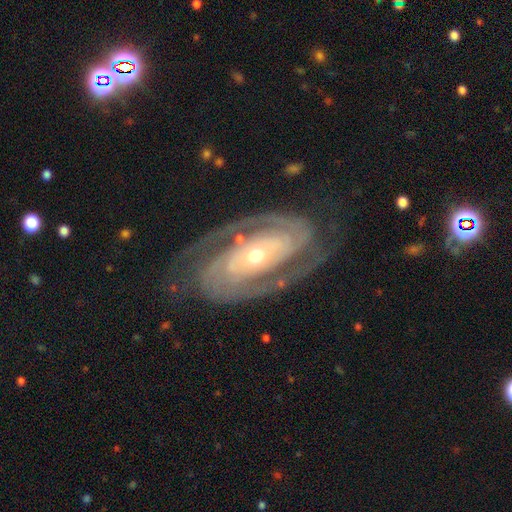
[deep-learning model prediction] A featured or disk galaxy (93%) with no bar (53%), 2 (90%) tight (63%) spiral arms (98%) and a moderate central bulge (57%). Merging: none (79%).